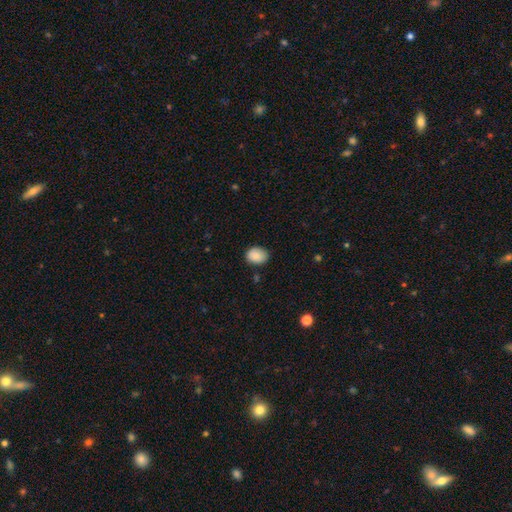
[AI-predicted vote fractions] Morphology: type=smooth (88%); roundness=in between (62%); merging=none (79%).